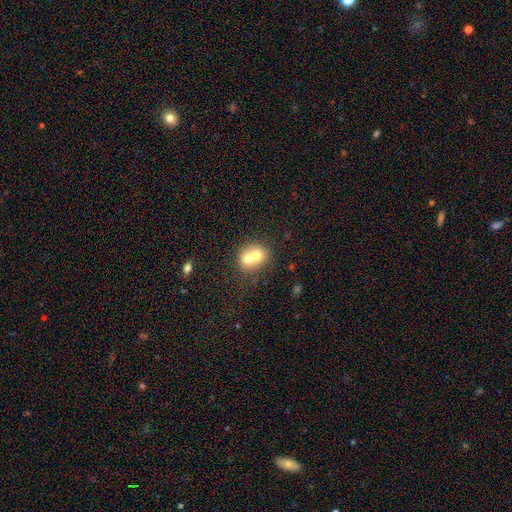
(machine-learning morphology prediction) Overall: smooth (65%; featured or disk 26%). How rounded: round (67%; in between 32%). Merging: merger (70%).